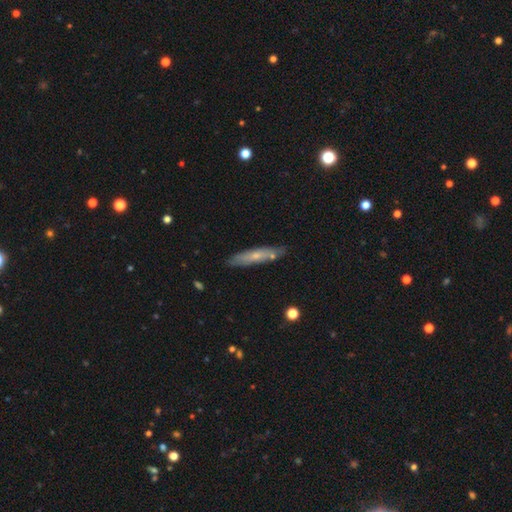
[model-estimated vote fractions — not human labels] Smooth or featured? Predicted: smooth (p=0.52). How rounded? Predicted: cigar-shaped (p=0.85). Merging? Predicted: none (p=0.79).